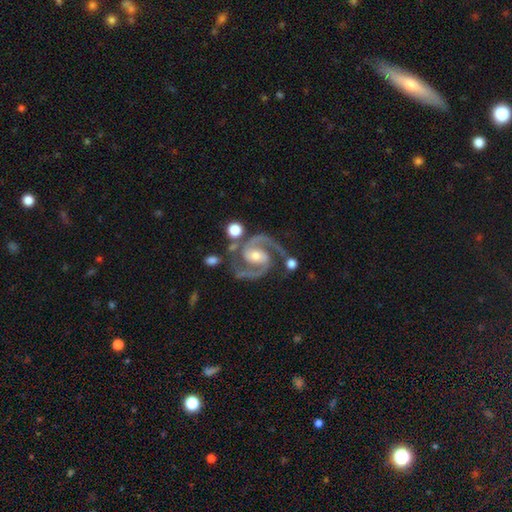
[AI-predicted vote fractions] This appears to be a featured or disk galaxy (93%) with a weak bar (37%, tied with no), 2 (94%) medium (62%) spiral arms (99%) and a moderate central bulge (52%). Merging: none (75%).